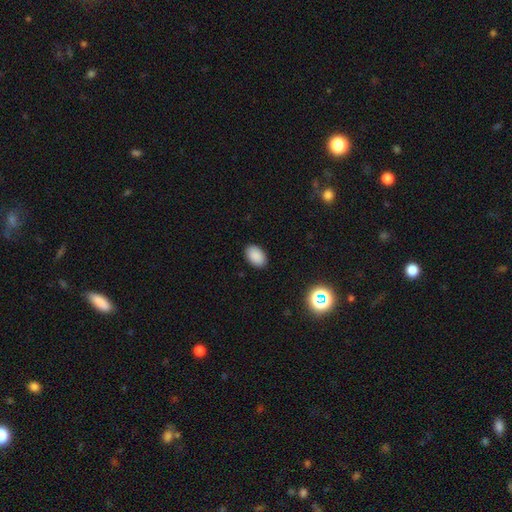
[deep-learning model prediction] This appears to be a smooth galaxy with no disk features (89%) that is in between round and cigar-shaped (90%). Merging: none (89%).